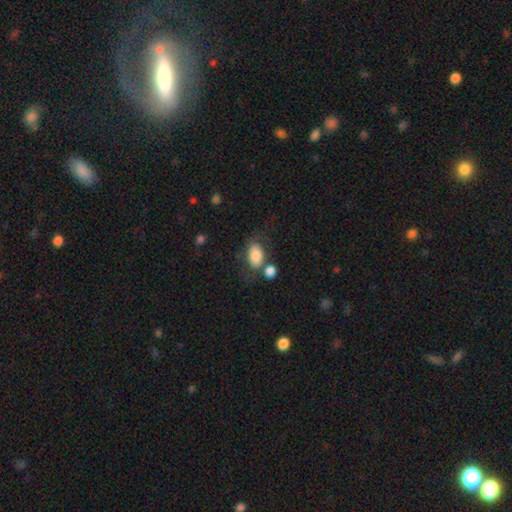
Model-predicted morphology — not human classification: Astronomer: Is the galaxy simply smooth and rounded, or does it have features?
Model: smooth — 81%.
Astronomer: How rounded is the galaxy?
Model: in between — 88%.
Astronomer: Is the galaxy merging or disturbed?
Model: none — 50%.